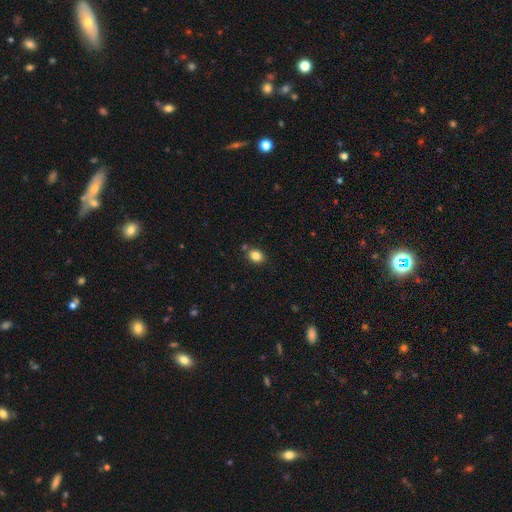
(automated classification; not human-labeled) The model was most divided on "how rounded": in between: 59%, round: 40%, cigar-shaped: 1%. More confident: smooth or featured — smooth (84%); merging — none (81%).